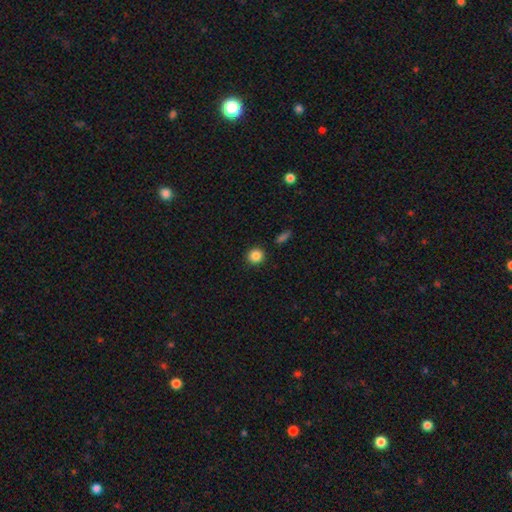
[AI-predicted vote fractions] Overall: smooth (86%). How rounded: round (91%). Merging: none (90%).